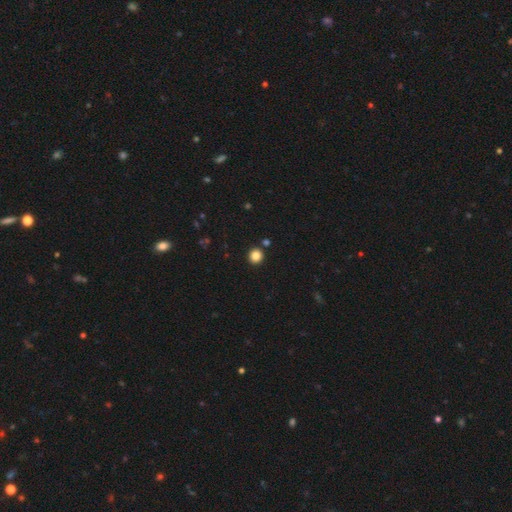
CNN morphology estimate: A smooth galaxy with no disk features (85%) that is round (91%). Merging: none (89%).